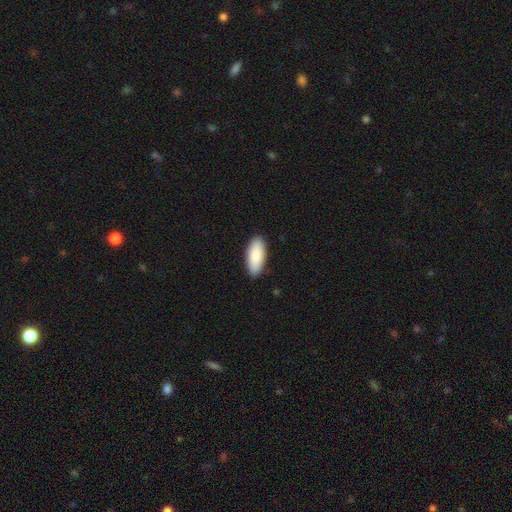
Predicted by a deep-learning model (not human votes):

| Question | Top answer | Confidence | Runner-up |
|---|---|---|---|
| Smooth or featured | smooth | 88% | featured or disk (6%) |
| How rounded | in between | 85% | cigar-shaped (13%) |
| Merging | none | 89% | minor disturbance (8%) |